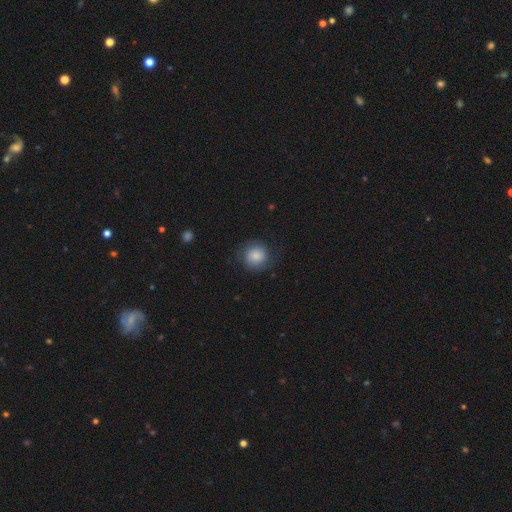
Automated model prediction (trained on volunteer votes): This is likely a smooth galaxy (72%). How rounded: clearly round (89%). Merging: likely none (76%).